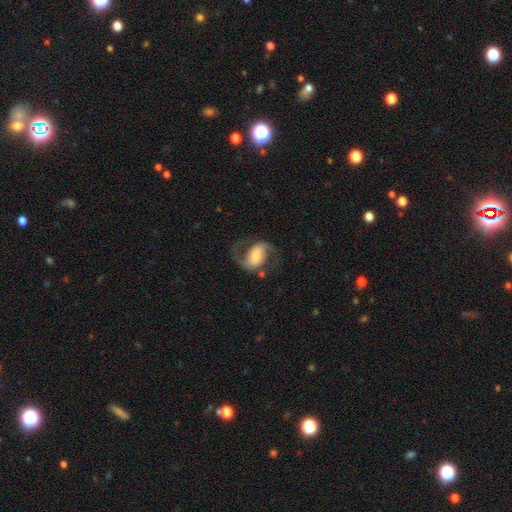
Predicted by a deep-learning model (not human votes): This appears to be a featured or disk galaxy (80%) with a weak bar (38%), 2 (91%) medium (46%) spiral arms (94%) and a moderate central bulge (48%). Merging: none (70%).